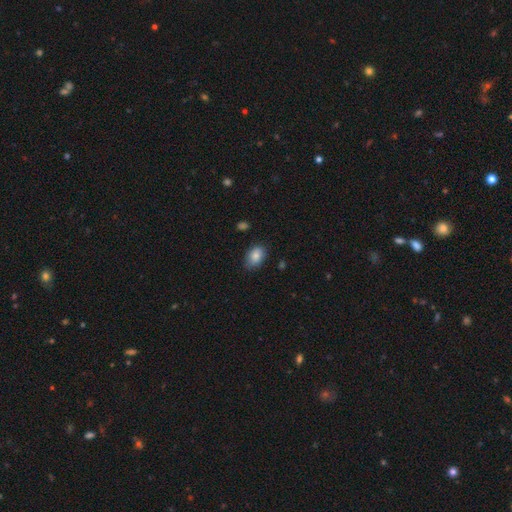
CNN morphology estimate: Smooth or featured: smooth — 85% (star or artifact — 8%)
How rounded: in between — 85% (round — 14%)
Merging: none — 80% (minor disturbance — 16%)